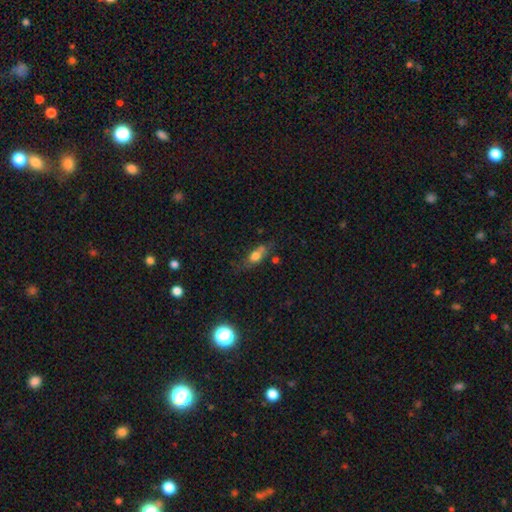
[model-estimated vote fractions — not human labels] Overall: smooth (65%). How rounded: in between (67%). Merging: none (52%; minor disturbance 26%).